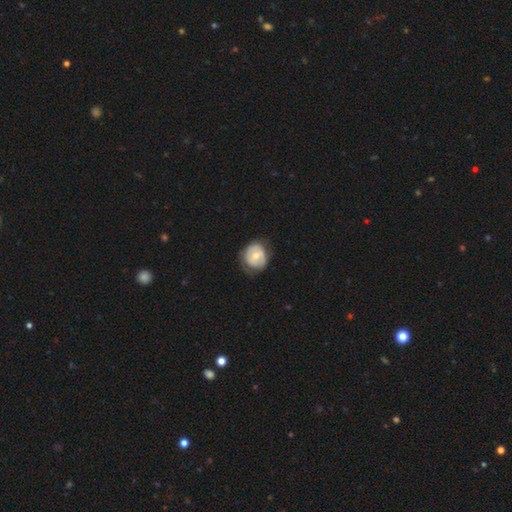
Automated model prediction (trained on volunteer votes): This is possibly a smooth galaxy (50%). How rounded: likely round (78%). Merging: likely none (65%).